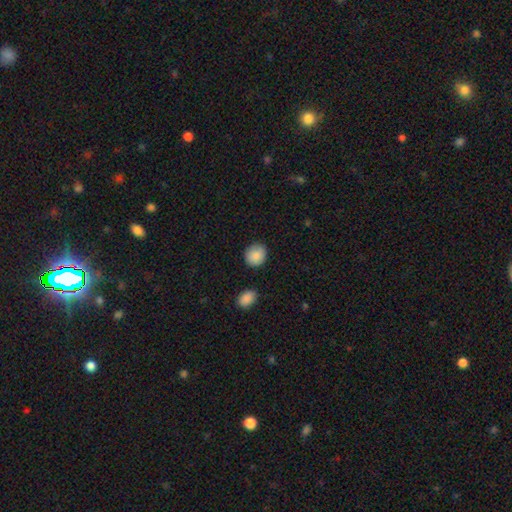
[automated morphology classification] This appears to be a smooth galaxy with no disk features (88%) that is round (81%). Merging: none (84%).